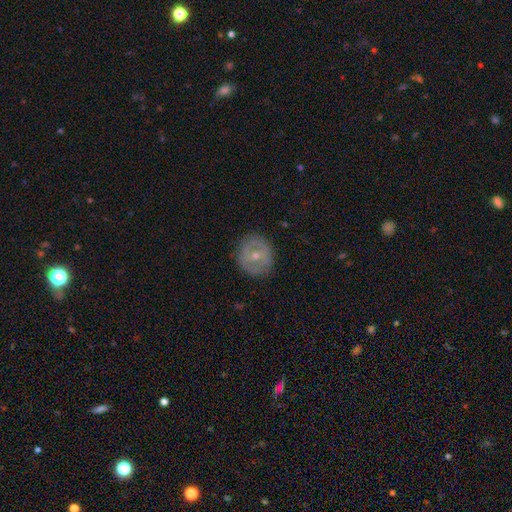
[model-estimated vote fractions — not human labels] Smooth or featured? Predicted: featured or disk (p=0.54). Edge-on disk? Predicted: no (p=0.95). Bar? Predicted: no (p=0.52). Spiral arms? Predicted: no (p=0.63). Bulge size? Predicted: moderate (p=0.52). Merging? Predicted: none (p=0.83).